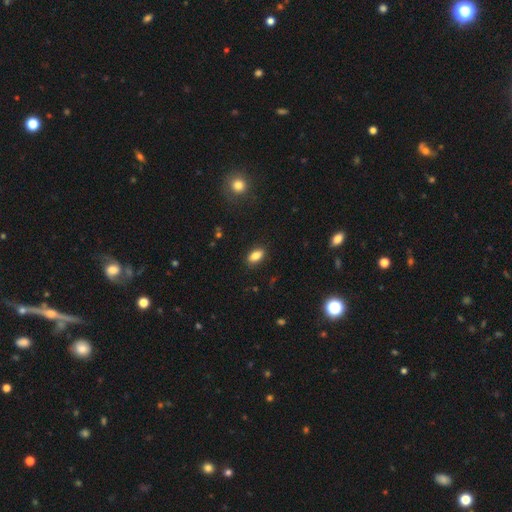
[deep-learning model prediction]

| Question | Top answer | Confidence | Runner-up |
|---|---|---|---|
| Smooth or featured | smooth | 84% | star or artifact (9%) |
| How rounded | in between | 89% | cigar-shaped (6%) |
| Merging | none | 88% | minor disturbance (9%) |